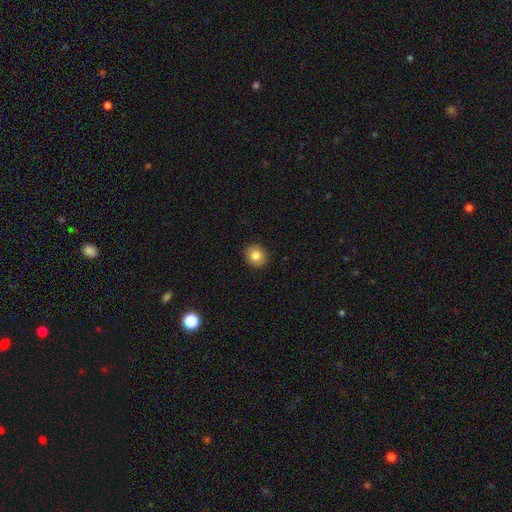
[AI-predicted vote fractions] Smooth or featured?
  - smooth: 82% *
  - star or artifact: 9%
  - featured or disk: 9%
How rounded?
  - round: 77% *
  - in between: 22%
  - cigar-shaped: 1%
Merging?
  - none: 91% *
  - minor disturbance: 6%
  - major disturbance: 2%
  - merger: 1%